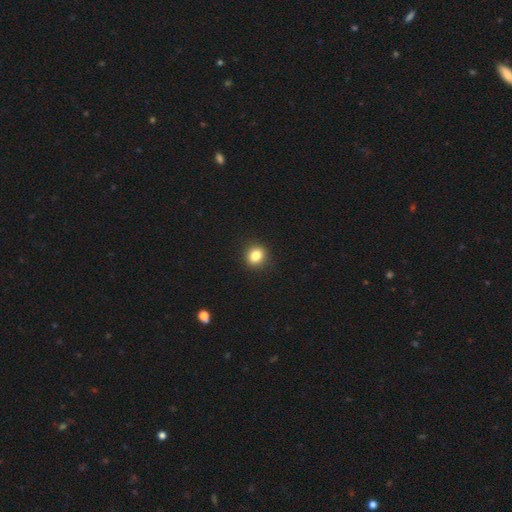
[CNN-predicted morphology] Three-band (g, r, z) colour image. It shows a smooth galaxy with no disk features (84%) that is round (74%). Merging: none (91%).